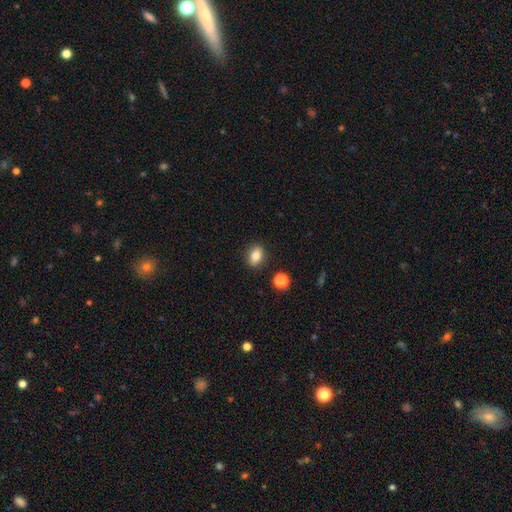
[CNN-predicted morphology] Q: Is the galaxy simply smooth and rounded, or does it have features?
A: smooth — 81%.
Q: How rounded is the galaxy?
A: in between — 73%.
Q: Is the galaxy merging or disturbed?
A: none — 87%.